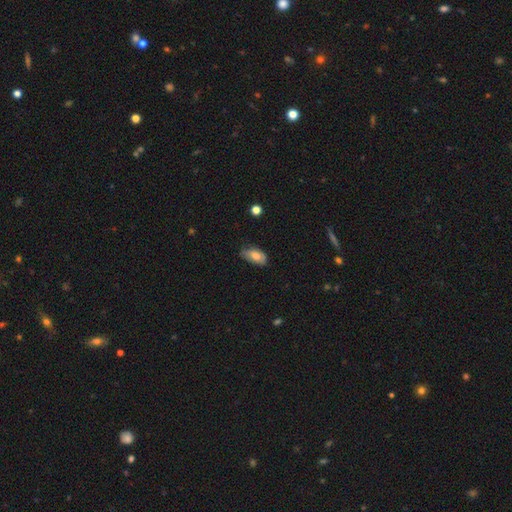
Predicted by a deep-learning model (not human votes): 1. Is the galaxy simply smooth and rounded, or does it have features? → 73% smooth, 19% featured or disk, 8% star or artifact.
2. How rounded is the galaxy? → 91% in between, 5% cigar-shaped, 4% round.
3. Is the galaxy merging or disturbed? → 54% none, 36% minor disturbance, 8% major disturbance, 2% merger.